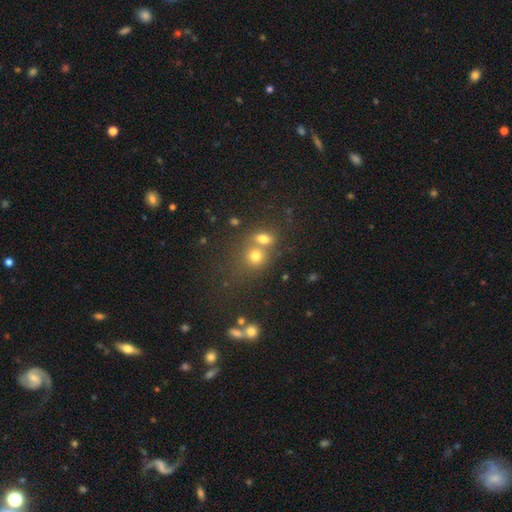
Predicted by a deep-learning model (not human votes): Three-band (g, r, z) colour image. It shows a smooth galaxy with no disk features (68%) that is round (73%). Merging: merger (51%).